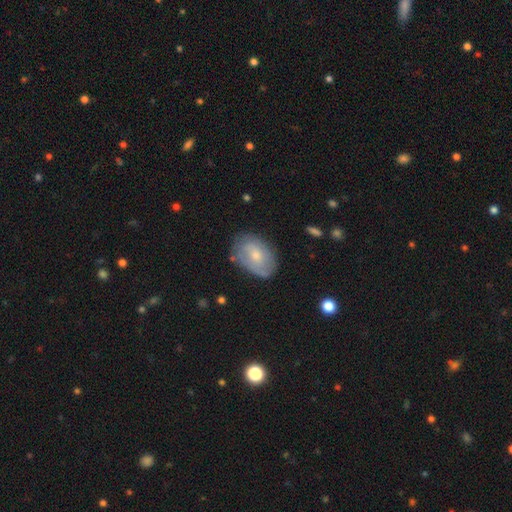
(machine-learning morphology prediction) A smooth galaxy with no disk features (49%).

Vote fractions:
- Smooth or featured? smooth: 49% / featured or disk: 44% / star or artifact: 7%
- Merging? none: 69% / minor disturbance: 23% / major disturbance: 6% / merger: 2%